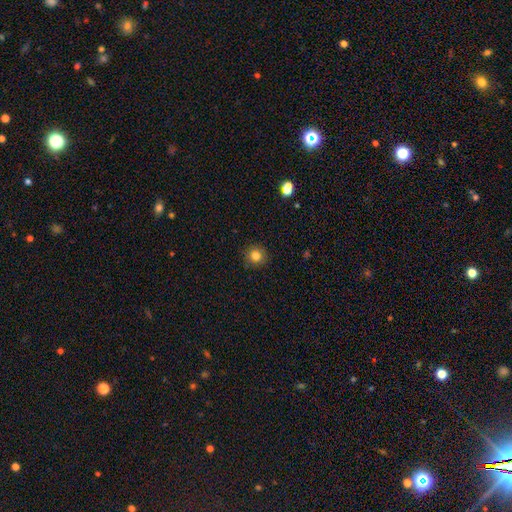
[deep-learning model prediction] smooth_or_featured: smooth (p=0.83) [alt: star or artifact p=0.12]
how_rounded: round (p=0.91) [alt: in between p=0.09]
merging: none (p=0.90) [alt: minor disturbance p=0.07]